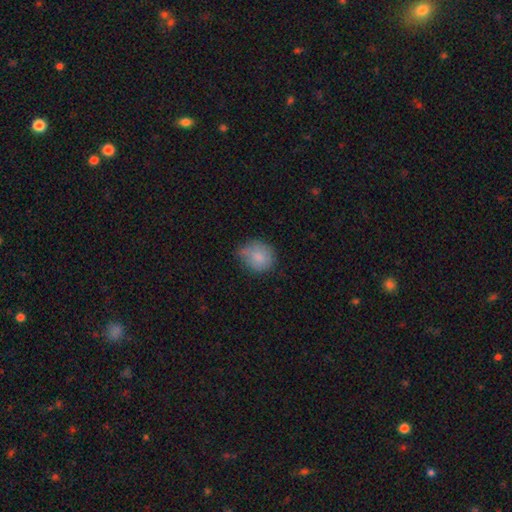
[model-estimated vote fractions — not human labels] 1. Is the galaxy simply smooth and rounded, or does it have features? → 82% smooth, 10% featured or disk, 8% star or artifact.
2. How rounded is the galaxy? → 70% round, 29% in between, 1% cigar-shaped.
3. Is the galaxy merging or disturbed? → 56% none, 33% minor disturbance, 8% major disturbance, 3% merger.